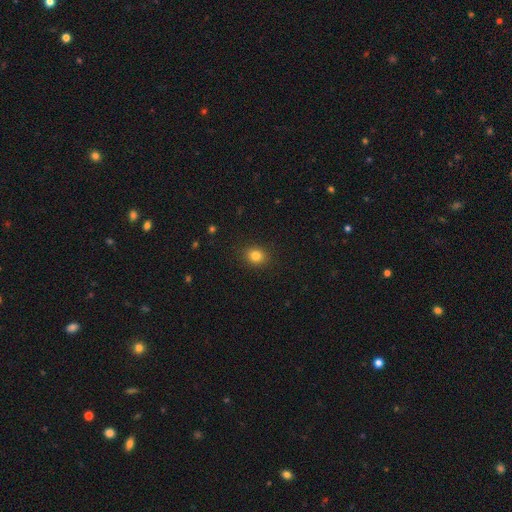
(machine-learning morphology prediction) Q: Smooth or featured?
A: smooth (82%); runner-up: star or artifact (12%)
Q: How rounded?
A: round (68%); runner-up: in between (32%)
Q: Merging?
A: none (90%); runner-up: minor disturbance (7%)